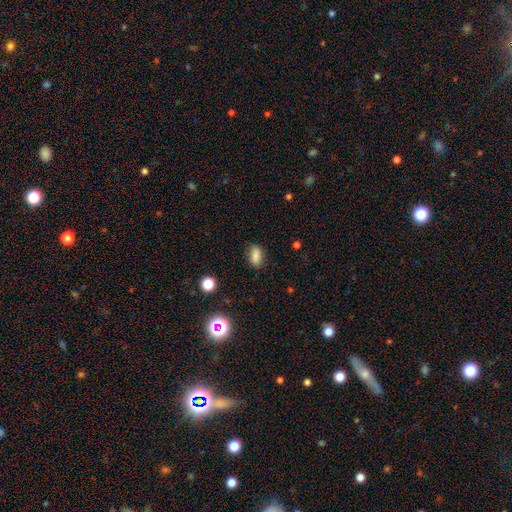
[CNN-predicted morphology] This is clearly a smooth galaxy (83%). How rounded: clearly in between (85%). Merging: clearly none (81%).